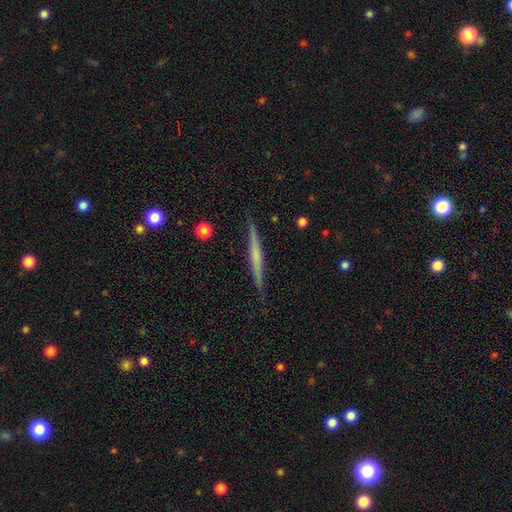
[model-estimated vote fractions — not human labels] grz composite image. It shows a featured or disk galaxy (62%) viewed edge-on (98%) with no central bulge (51%). Merging: none (89%).